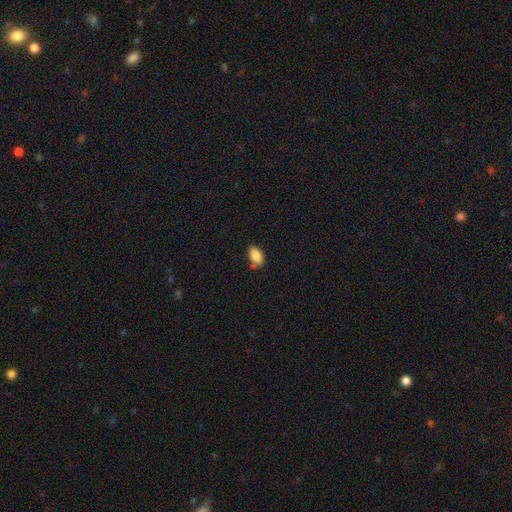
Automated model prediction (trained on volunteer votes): Smooth or featured? Predicted: smooth (p=0.86). How rounded? Predicted: in between (p=0.91). Merging? Predicted: none (p=0.65).